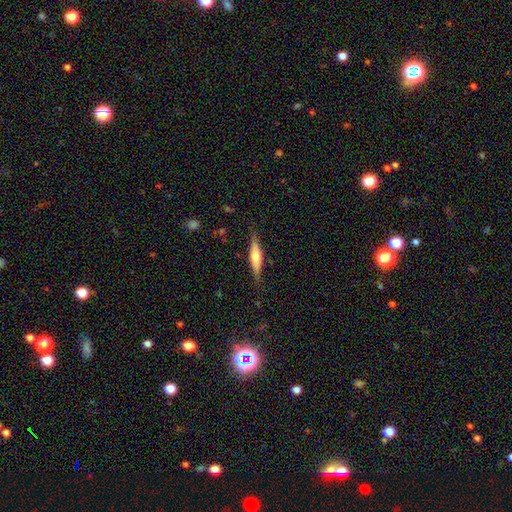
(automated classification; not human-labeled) Overall: featured or disk (60%; smooth 34%). Edge-on disk: yes (96%). Edge-on bulge: rounded (83%). Merging: none (86%).